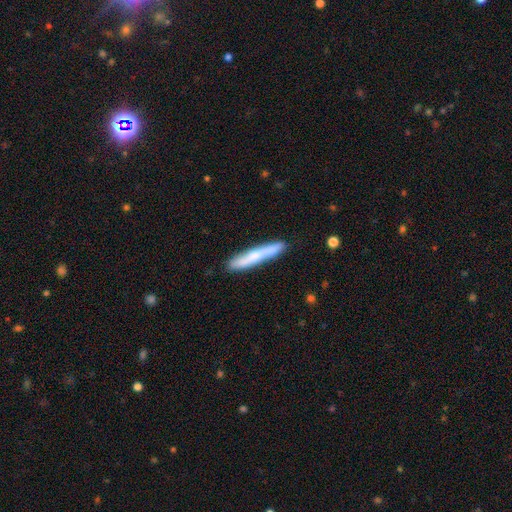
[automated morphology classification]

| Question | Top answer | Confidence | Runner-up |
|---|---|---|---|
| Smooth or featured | smooth | 52% | featured or disk (43%) |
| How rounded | cigar-shaped | 94% | in between (5%) |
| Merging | none | 86% | minor disturbance (10%) |